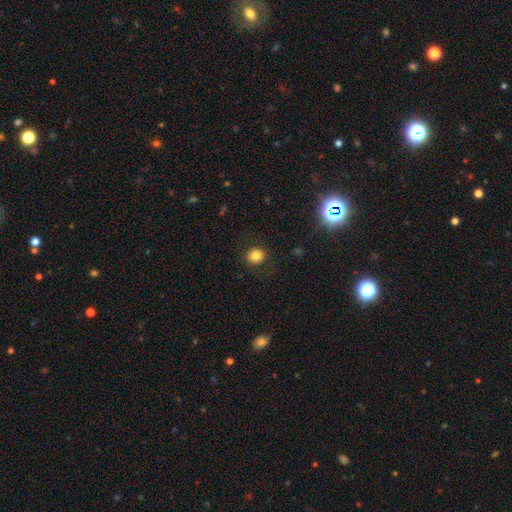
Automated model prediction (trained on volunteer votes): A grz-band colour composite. It shows a smooth galaxy with no disk features (82%) that is round (84%). Merging: none (88%).